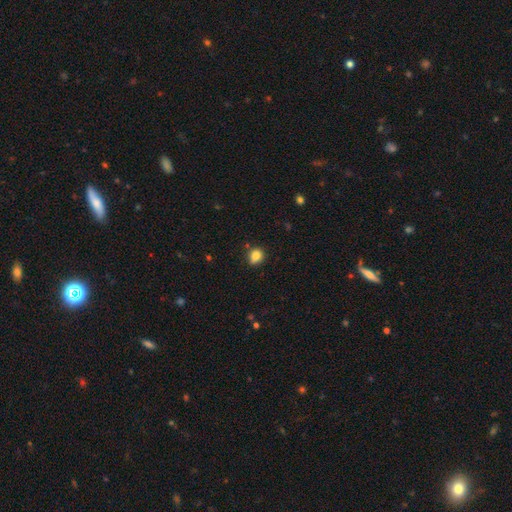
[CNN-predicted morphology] Smooth or featured?
  - smooth: 83% *
  - star or artifact: 11%
  - featured or disk: 6%
How rounded?
  - round: 53% *
  - in between: 46%
  - cigar-shaped: 1%
Merging?
  - none: 72% *
  - minor disturbance: 20%
  - merger: 4%
  - major disturbance: 4%